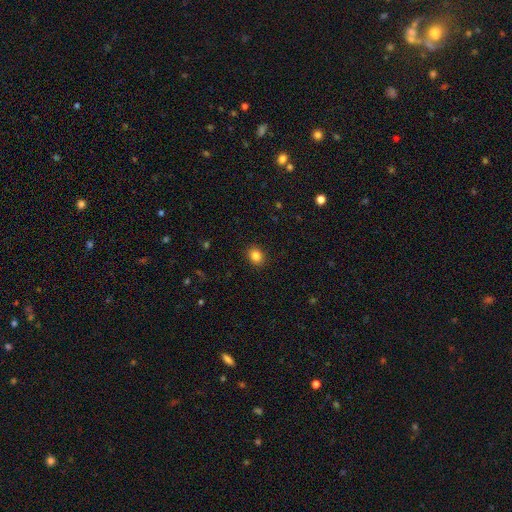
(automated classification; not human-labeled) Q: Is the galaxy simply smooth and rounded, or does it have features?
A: smooth — 84%.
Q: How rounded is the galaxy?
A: round — 58%.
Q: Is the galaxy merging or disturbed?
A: none — 90%.